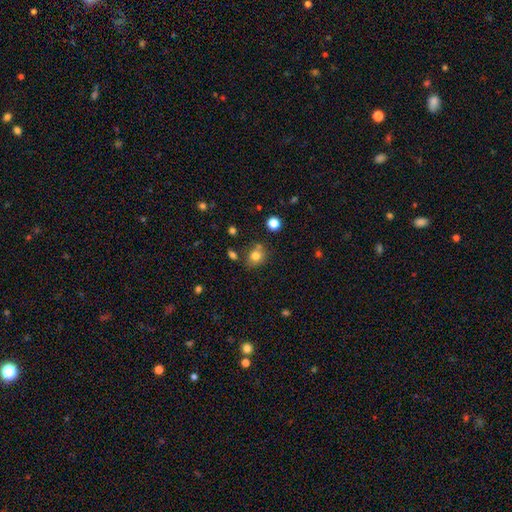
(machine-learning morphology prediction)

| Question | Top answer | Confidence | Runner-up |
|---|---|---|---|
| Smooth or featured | smooth | 78% | star or artifact (13%) |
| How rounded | round | 69% | in between (30%) |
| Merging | none | 68% | minor disturbance (14%) |